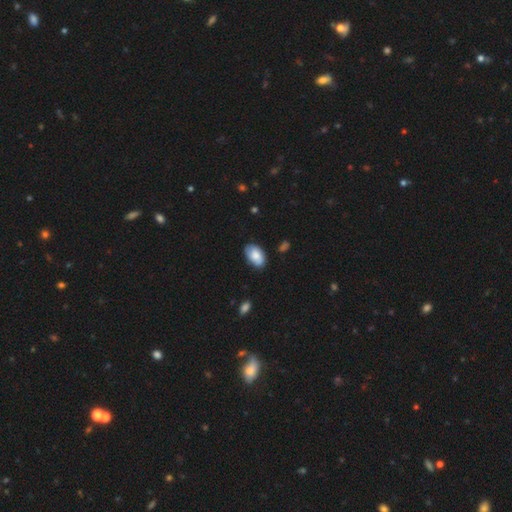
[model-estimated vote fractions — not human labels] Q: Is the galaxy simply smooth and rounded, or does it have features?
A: smooth — 77%.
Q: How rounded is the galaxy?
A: in between — 93%.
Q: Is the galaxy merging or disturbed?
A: none — 76%.